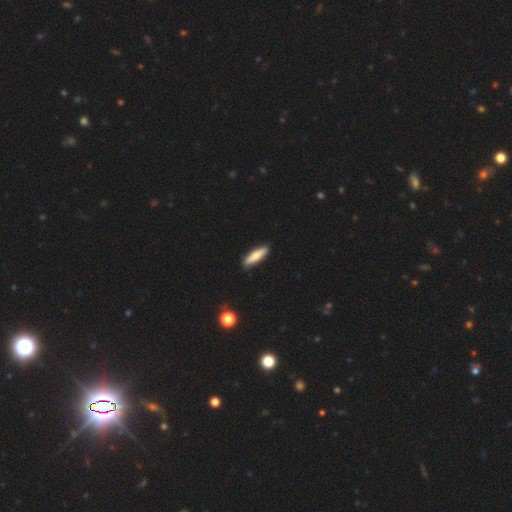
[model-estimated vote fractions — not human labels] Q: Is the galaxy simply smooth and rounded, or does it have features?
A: smooth — 71%.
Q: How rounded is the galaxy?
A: cigar-shaped — 71%.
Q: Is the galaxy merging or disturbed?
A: none — 89%.